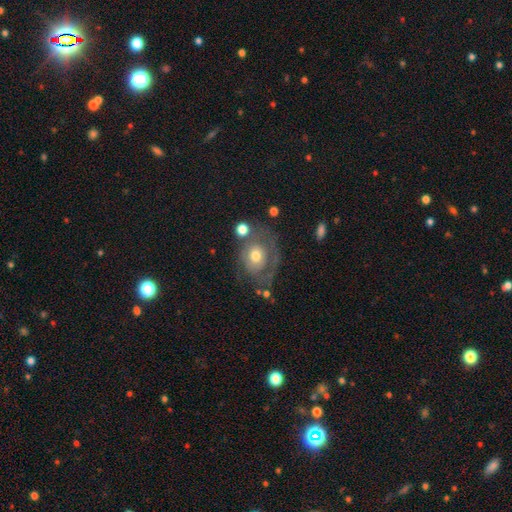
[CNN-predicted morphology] This appears to be a featured or disk galaxy (46%). Merging: none (47%).